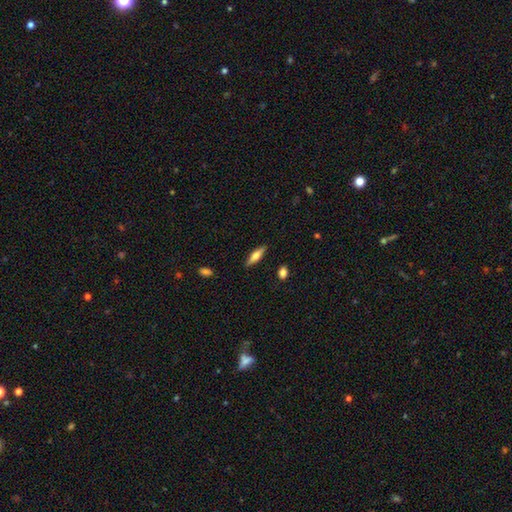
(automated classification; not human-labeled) The model was most divided on "smooth or featured": smooth: 50%, featured or disk: 44%, star or artifact: 6%. More confident: merging — none (88%).